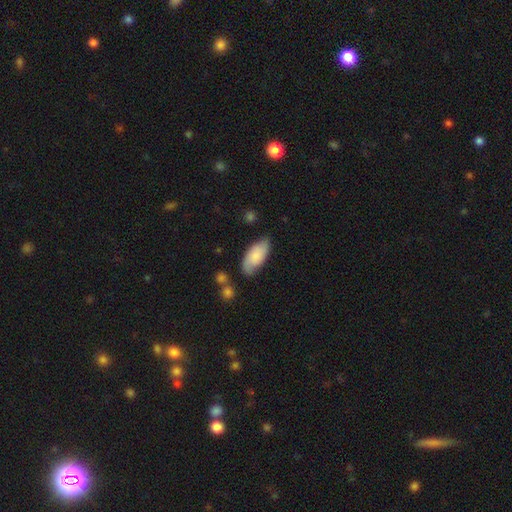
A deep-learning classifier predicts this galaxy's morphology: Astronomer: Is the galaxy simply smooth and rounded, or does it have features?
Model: smooth — 70%.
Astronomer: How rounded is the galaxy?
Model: in between — 90%.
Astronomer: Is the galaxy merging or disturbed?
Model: none — 70%.